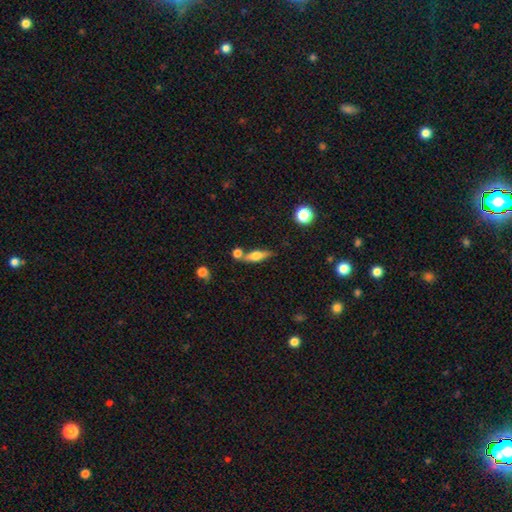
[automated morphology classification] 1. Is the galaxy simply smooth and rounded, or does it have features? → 49% smooth, 44% featured or disk, 8% star or artifact.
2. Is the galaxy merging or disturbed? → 64% none, 19% merger, 13% minor disturbance, 4% major disturbance.